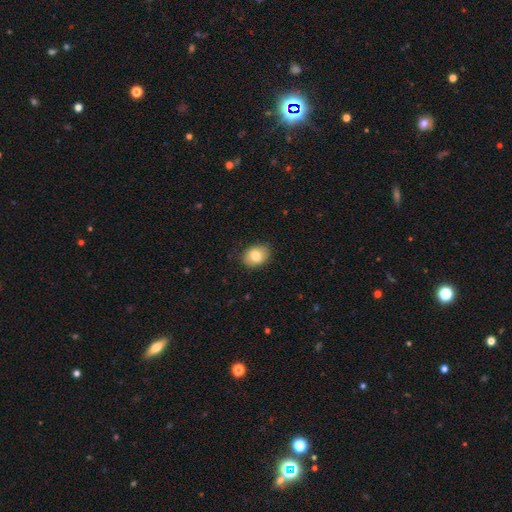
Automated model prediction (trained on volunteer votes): Overall: smooth (81%). How rounded: in between (65%; round 34%). Merging: none (86%).